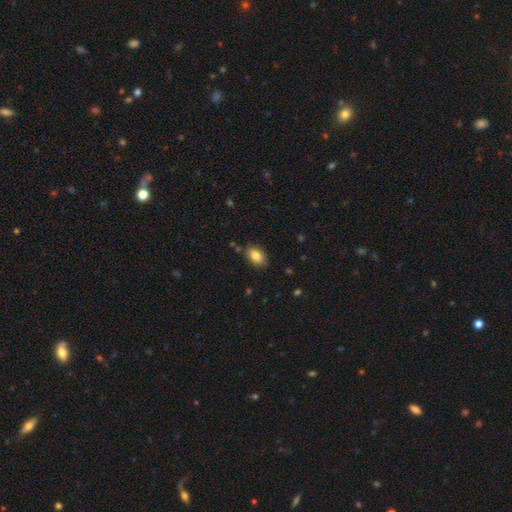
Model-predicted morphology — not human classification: Smooth or featured?
  - smooth: 83% *
  - featured or disk: 9%
  - star or artifact: 8%
How rounded?
  - in between: 89% *
  - round: 9%
  - cigar-shaped: 2%
Merging?
  - none: 82% *
  - minor disturbance: 13%
  - merger: 3%
  - major disturbance: 3%